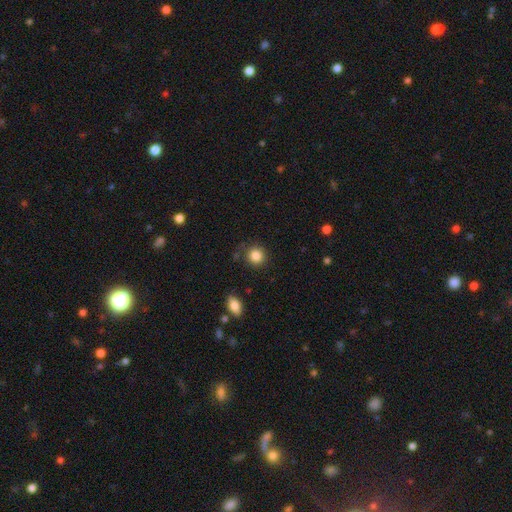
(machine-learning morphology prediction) Smooth or featured?
  - smooth: 86% *
  - star or artifact: 10%
  - featured or disk: 5%
How rounded?
  - round: 90% *
  - in between: 9%
  - cigar-shaped: 1%
Merging?
  - none: 84% *
  - minor disturbance: 10%
  - major disturbance: 3%
  - merger: 3%